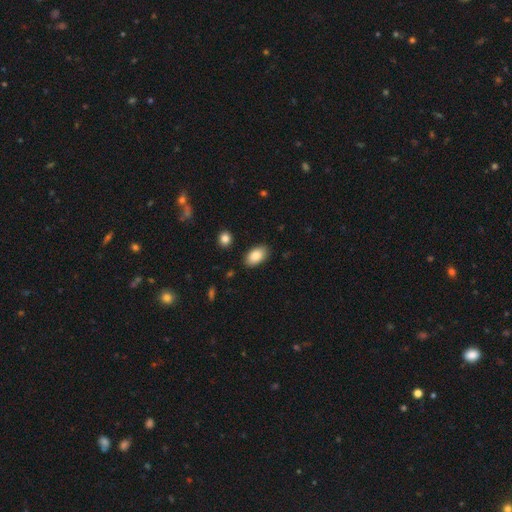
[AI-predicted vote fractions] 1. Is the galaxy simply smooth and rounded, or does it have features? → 85% smooth, 8% featured or disk, 7% star or artifact.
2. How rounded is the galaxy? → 93% in between, 5% round, 2% cigar-shaped.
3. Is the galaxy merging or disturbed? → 86% none, 10% minor disturbance, 2% major disturbance, 2% merger.